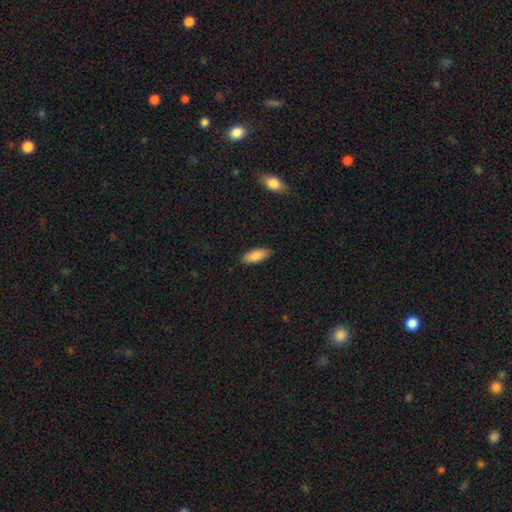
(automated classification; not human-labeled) Overall: smooth (86%). How rounded: in between (78%). Merging: none (88%).